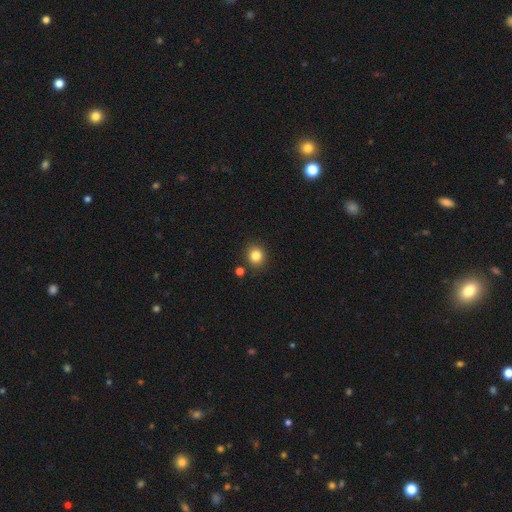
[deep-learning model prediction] Smooth or featured? Predicted: smooth (p=0.84). How rounded? Predicted: round (p=0.85). Merging? Predicted: none (p=0.86).